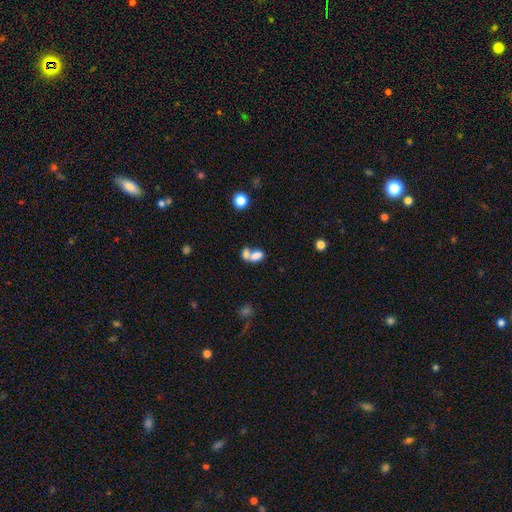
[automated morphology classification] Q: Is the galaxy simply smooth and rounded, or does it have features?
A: smooth — 76%.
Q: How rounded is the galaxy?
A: in between — 83%.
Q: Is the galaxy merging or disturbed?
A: merger — 65%.